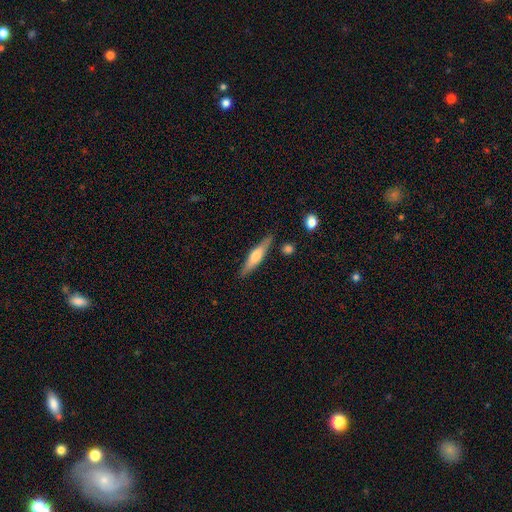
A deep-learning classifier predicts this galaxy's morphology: Q: Smooth or featured?
A: featured or disk (51%); runner-up: smooth (43%)
Q: Edge-on disk?
A: yes (95%); runner-up: no (5%)
Q: Merging?
A: none (85%); runner-up: minor disturbance (10%)